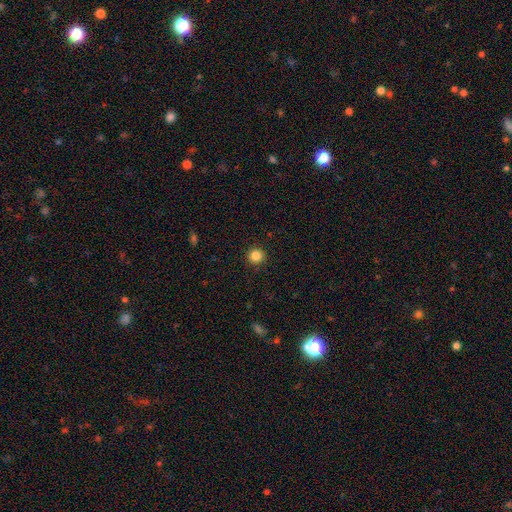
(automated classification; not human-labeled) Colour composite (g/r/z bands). It shows a smooth galaxy with no disk features (85%) that is round (95%). Merging: none (92%).